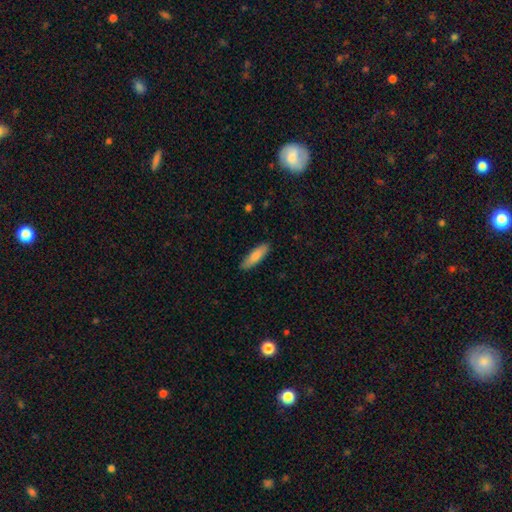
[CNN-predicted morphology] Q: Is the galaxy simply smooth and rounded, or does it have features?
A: smooth — 83%.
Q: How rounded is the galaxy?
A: cigar-shaped — 58%.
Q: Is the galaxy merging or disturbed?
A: none — 86%.